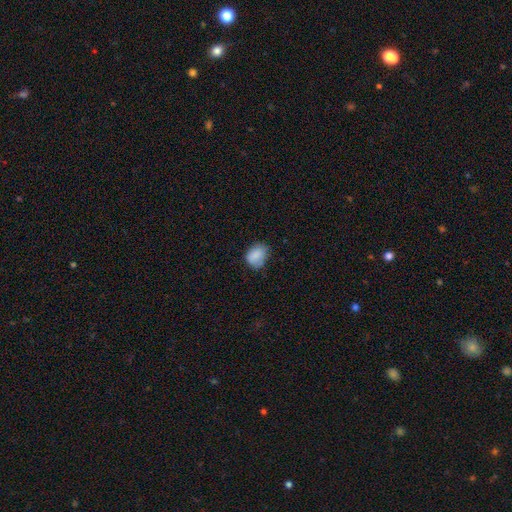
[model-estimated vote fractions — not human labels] Smooth or featured? Predicted: smooth (p=0.84). How rounded? Predicted: in between (p=0.61). Merging? Predicted: none (p=0.59).